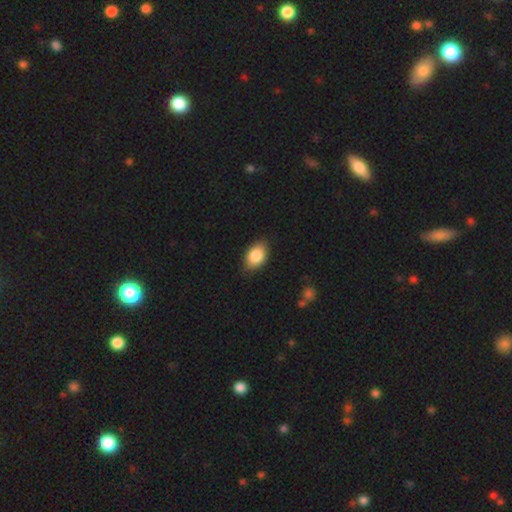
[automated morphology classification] Smooth or featured?
  - smooth: 86% *
  - featured or disk: 7%
  - star or artifact: 7%
How rounded?
  - in between: 87% *
  - round: 12%
  - cigar-shaped: 1%
Merging?
  - none: 81% *
  - minor disturbance: 15%
  - major disturbance: 3%
  - merger: 1%